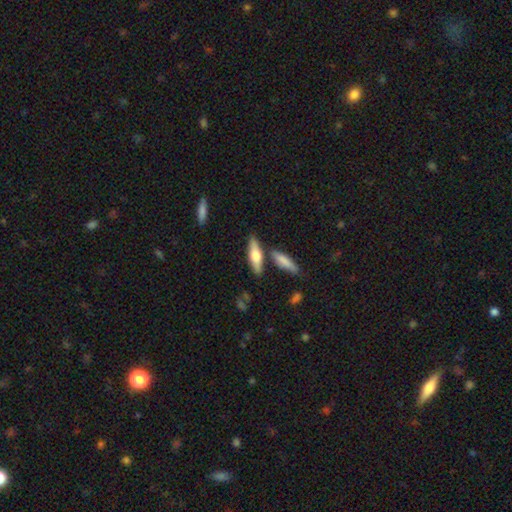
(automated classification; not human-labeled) This appears to be a smooth galaxy with no disk features (54%) that is cigar-shaped (57%). Merging: none (76%).